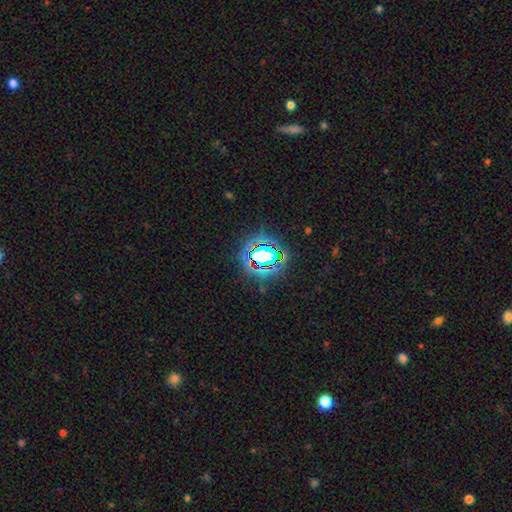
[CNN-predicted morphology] Smooth or featured? star or artifact (68%)